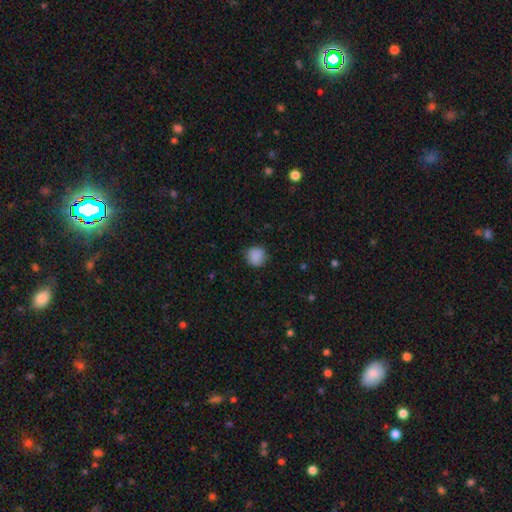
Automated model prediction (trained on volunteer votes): smooth_or_featured: smooth (p=0.86) [alt: star or artifact p=0.09]
how_rounded: round (p=0.85) [alt: in between p=0.14]
merging: none (p=0.80) [alt: minor disturbance p=0.15]